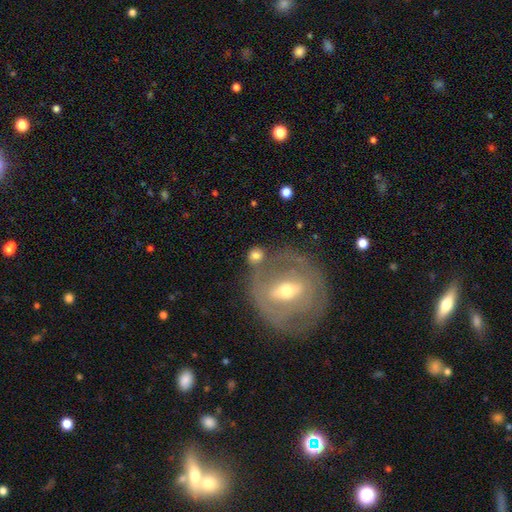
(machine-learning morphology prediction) Smooth or featured: smooth — 62% (featured or disk — 29%)
How rounded: round — 76% (in between — 22%)
Merging: none — 60% (merger — 19%)